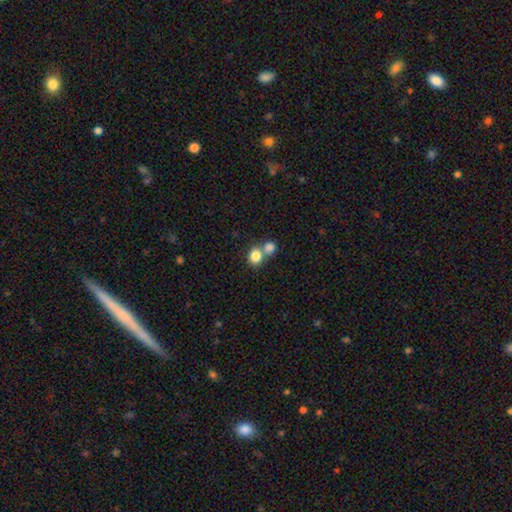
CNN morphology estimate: A smooth galaxy with no disk features (83%) that is round (75%). Merging: merger (49%).